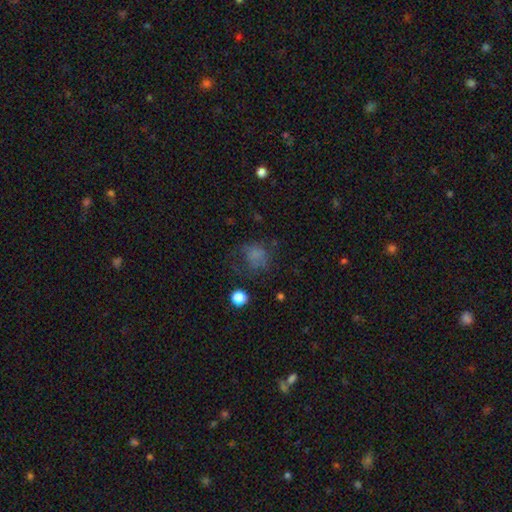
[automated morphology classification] A smooth galaxy with no disk features (67%) that is round (71%).

Vote fractions:
- Smooth or featured? smooth: 67% / star or artifact: 18% / featured or disk: 15%
- How rounded? round: 71% / in between: 28% / cigar-shaped: 1%
- Merging? none: 49% / major disturbance: 26% / minor disturbance: 22% / merger: 3%